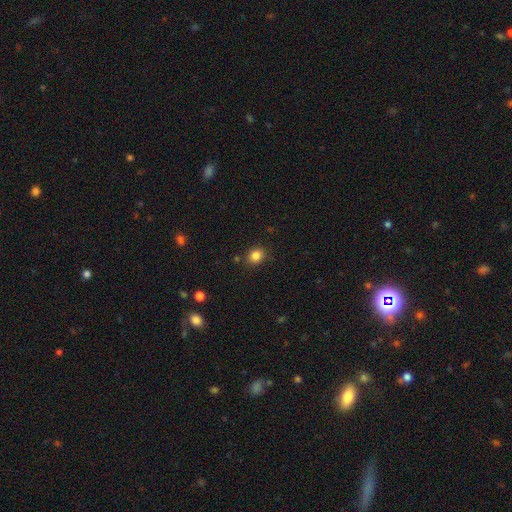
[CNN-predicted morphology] This appears to be a smooth galaxy with no disk features (84%) that is round (63%). Merging: none (84%).